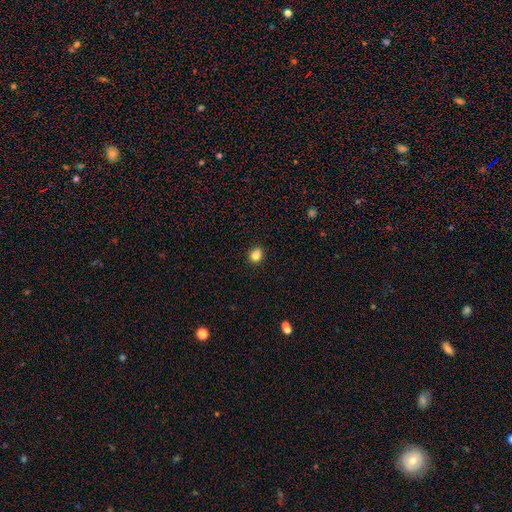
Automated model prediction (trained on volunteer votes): smooth 85%, star or artifact 11%, featured or disk 4%. Down the decision tree: how rounded — round (72%); merging — none (90%).